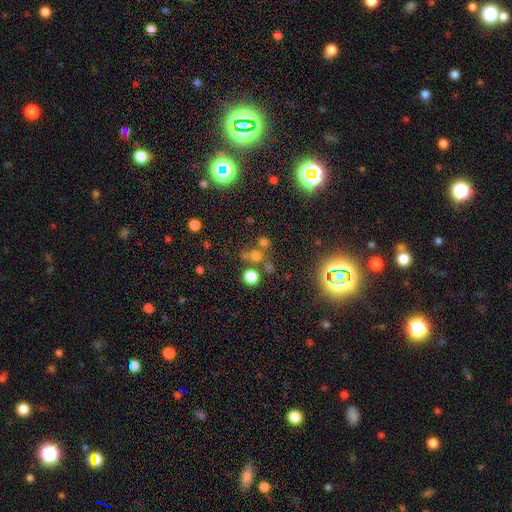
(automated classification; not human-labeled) Q: Smooth or featured?
A: smooth (59%); runner-up: star or artifact (31%)
Q: How rounded?
A: round (85%); runner-up: in between (14%)
Q: Merging?
A: none (61%); runner-up: merger (24%)